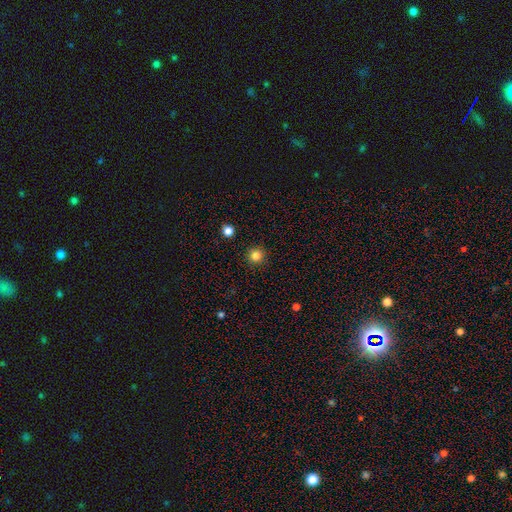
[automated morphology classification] type=smooth (83%); roundness=round (96%); merging=none (93%).